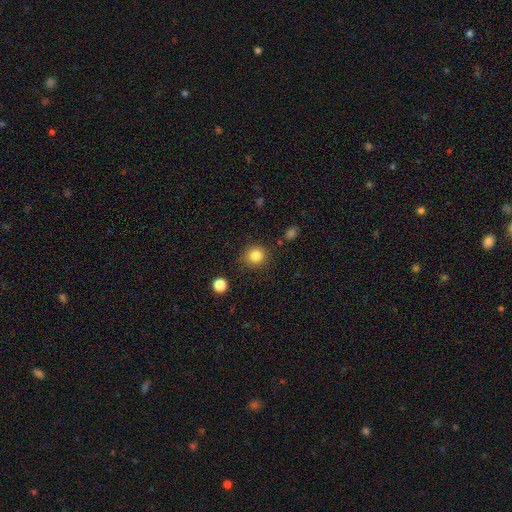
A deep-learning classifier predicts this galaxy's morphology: smooth_or_featured: smooth (p=0.84) [alt: star or artifact p=0.11]
how_rounded: round (p=0.88) [alt: in between p=0.11]
merging: none (p=0.85) [alt: minor disturbance p=0.10]